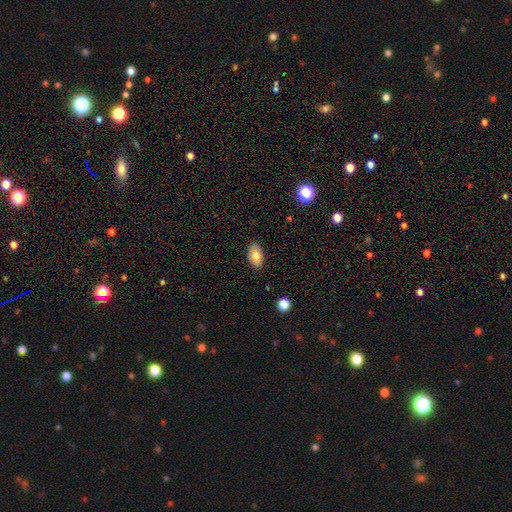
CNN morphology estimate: type=smooth (81%); roundness=in between (93%); merging=none (86%).